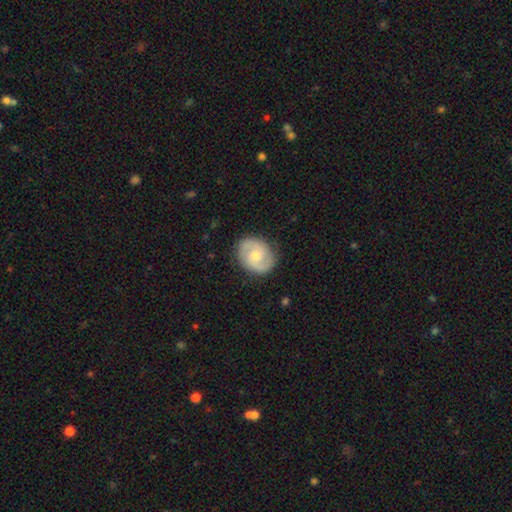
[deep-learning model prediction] A featured or disk galaxy (76%) with no bar (59%), 2 (90%) medium (50%) spiral arms (93%) and a moderate central bulge (51%).

Vote fractions:
- Smooth or featured? featured or disk: 76% / smooth: 19% / star or artifact: 5%
- Edge-on disk? no: 98% / yes: 2%
- Bar? no: 59% / weak: 35% / strong: 6%
- Spiral arms? yes: 93% / no: 7%
- Spiral winding? medium: 50% / tight: 35% / loose: 15%
- Spiral arm count? 2: 90% / can't tell: 5% / 3: 2% / 1: 1% / 4: 1% / more than 4: 1%
- Bulge size? moderate: 51% / small: 45% / large: 2% / none: 2% / dominant: 1%
- Merging? none: 85% / minor disturbance: 11% / major disturbance: 3% / merger: 1%